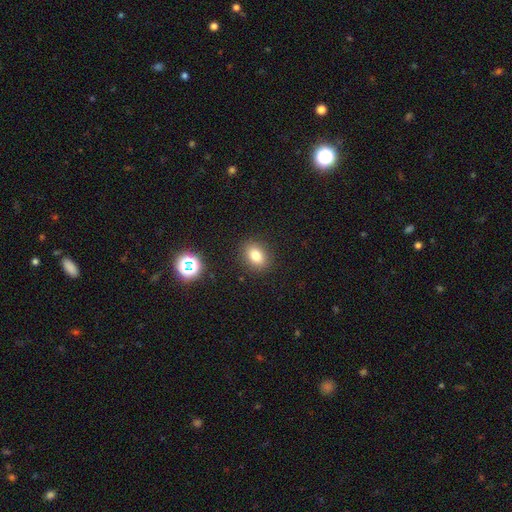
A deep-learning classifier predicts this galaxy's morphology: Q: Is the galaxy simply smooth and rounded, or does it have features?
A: smooth — 79%.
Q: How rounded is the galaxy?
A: in between — 62%.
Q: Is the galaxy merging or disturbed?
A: none — 88%.